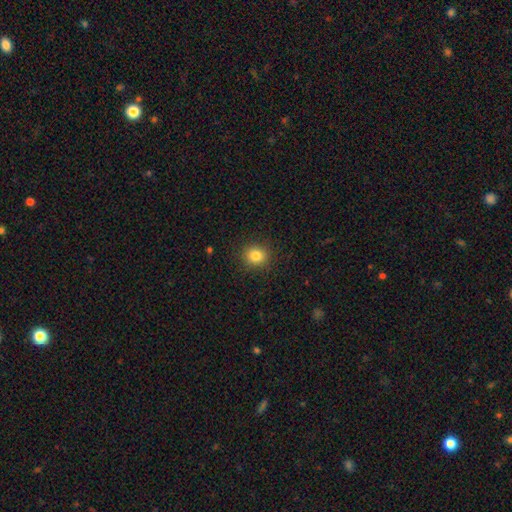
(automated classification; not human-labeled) This appears to be a smooth galaxy with no disk features (83%) that is round (85%). Merging: none (90%).